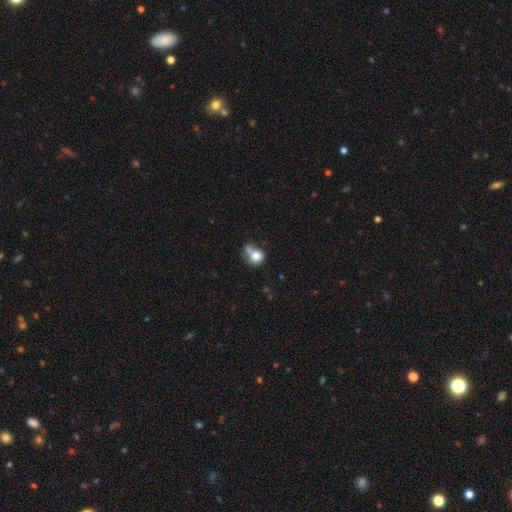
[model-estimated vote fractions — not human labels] Smooth or featured?
  - smooth: 76% *
  - featured or disk: 14%
  - star or artifact: 9%
How rounded?
  - round: 69% *
  - in between: 30%
  - cigar-shaped: 1%
Merging?
  - none: 33% *
  - merger: 29%
  - minor disturbance: 21%
  - major disturbance: 17%